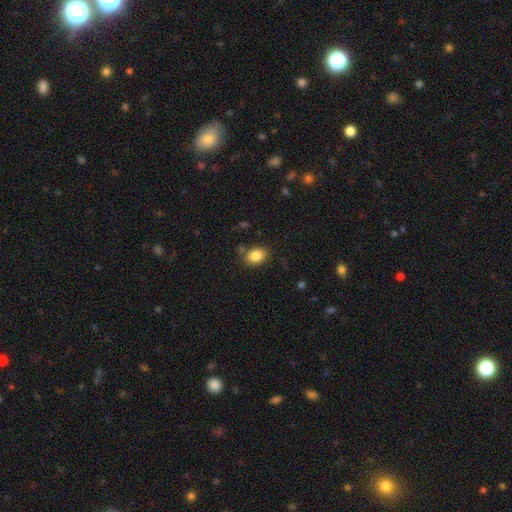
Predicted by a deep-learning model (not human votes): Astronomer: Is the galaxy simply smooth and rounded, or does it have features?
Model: smooth — 85%.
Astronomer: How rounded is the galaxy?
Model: in between — 72%.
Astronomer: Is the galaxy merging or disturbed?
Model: none — 78%.